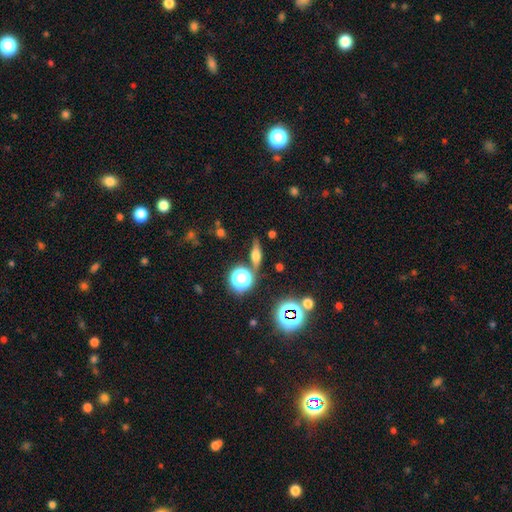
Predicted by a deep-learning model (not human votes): Morphology: type=smooth (44%); merging=none (78%).